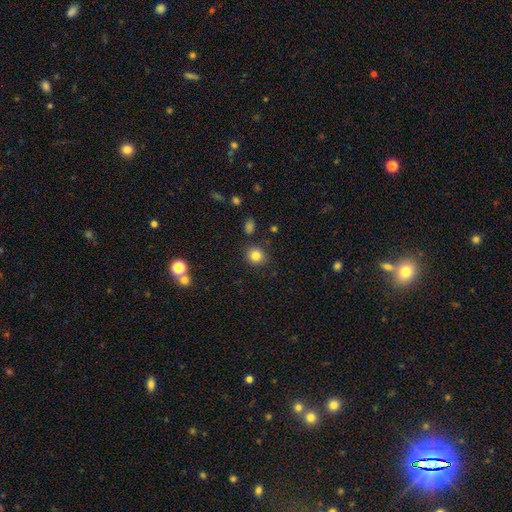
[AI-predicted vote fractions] The model was most divided on "how rounded": round: 84%, in between: 15%, cigar-shaped: 1%. More confident: merging — none (85%); smooth or featured — smooth (82%).